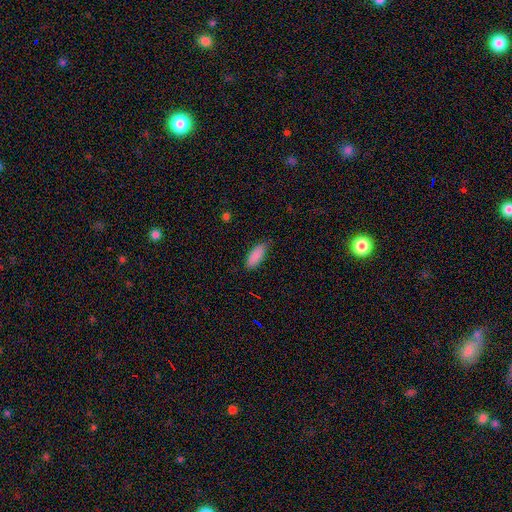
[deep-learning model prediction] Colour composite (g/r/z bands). It shows a smooth galaxy with no disk features (89%) that is in between round and cigar-shaped (77%). Merging: none (78%).